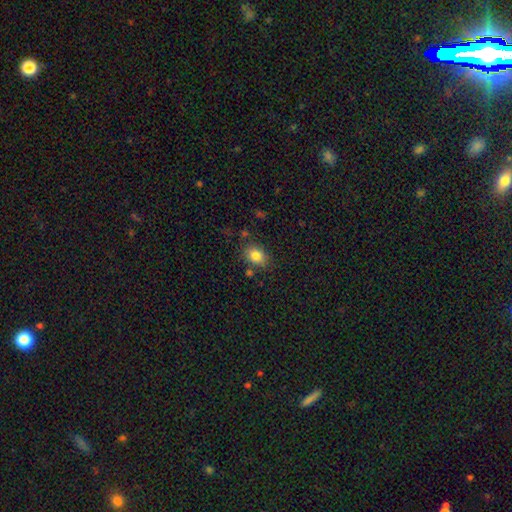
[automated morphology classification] Overall: smooth (83%). How rounded: in between (68%; round 31%). Merging: none (78%).